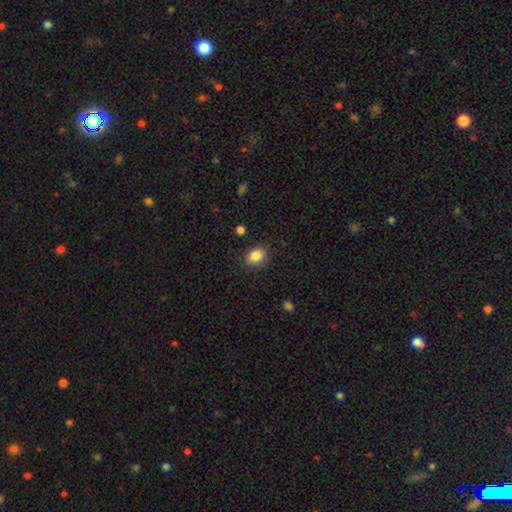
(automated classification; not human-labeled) A smooth galaxy with no disk features (86%) that is in between round and cigar-shaped (62%).

Vote fractions:
- Smooth or featured? smooth: 86% / star or artifact: 9% / featured or disk: 5%
- How rounded? in between: 62% / round: 37% / cigar-shaped: 1%
- Merging? none: 85% / minor disturbance: 11% / major disturbance: 3% / merger: 2%